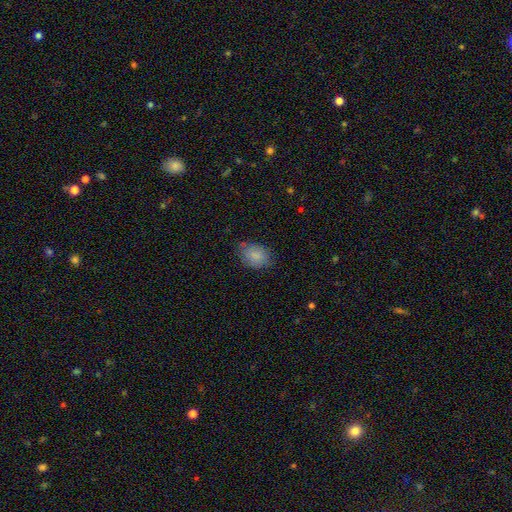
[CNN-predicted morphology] This appears to be a smooth galaxy with no disk features (85%) that is in between round and cigar-shaped (71%). Merging: none (72%).